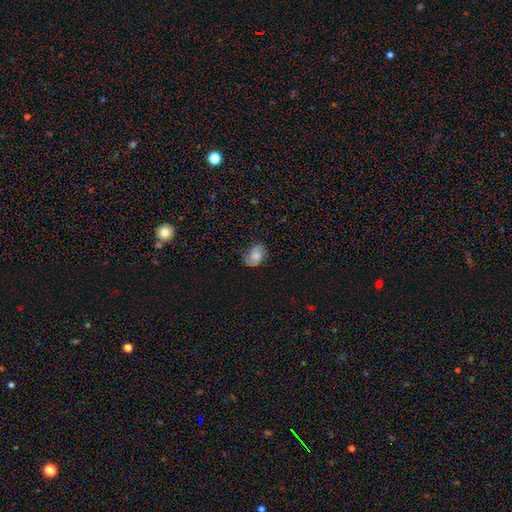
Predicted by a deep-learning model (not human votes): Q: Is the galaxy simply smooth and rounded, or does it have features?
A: featured or disk — 51%.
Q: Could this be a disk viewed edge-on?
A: no — 97%.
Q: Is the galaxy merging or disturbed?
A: none — 71%.